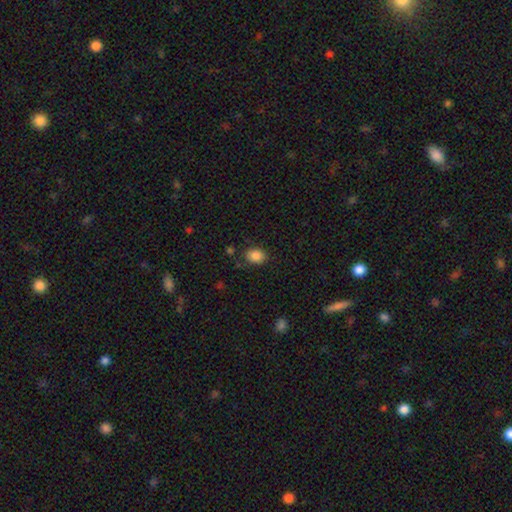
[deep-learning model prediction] smooth_or_featured: smooth (p=0.87) [alt: star or artifact p=0.09]
how_rounded: in between (p=0.68) [alt: round p=0.31]
merging: none (p=0.80) [alt: minor disturbance p=0.13]